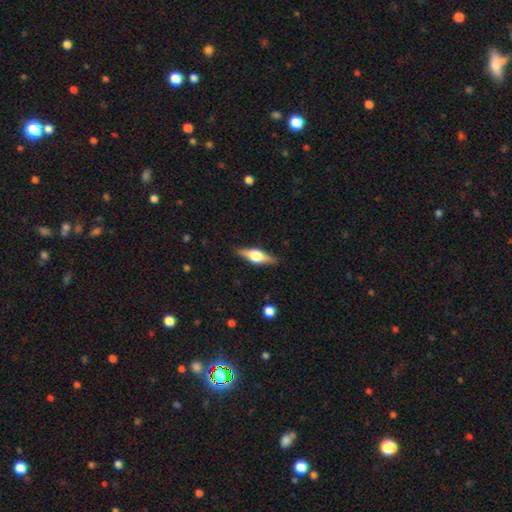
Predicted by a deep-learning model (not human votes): smooth_or_featured: featured or disk (p=0.65) [alt: smooth p=0.28]
disk_edge_on: yes (p=0.96) [alt: no p=0.04]
edge_on_bulge: rounded (p=0.93) [alt: boxy p=0.06]
merging: none (p=0.88) [alt: minor disturbance p=0.09]